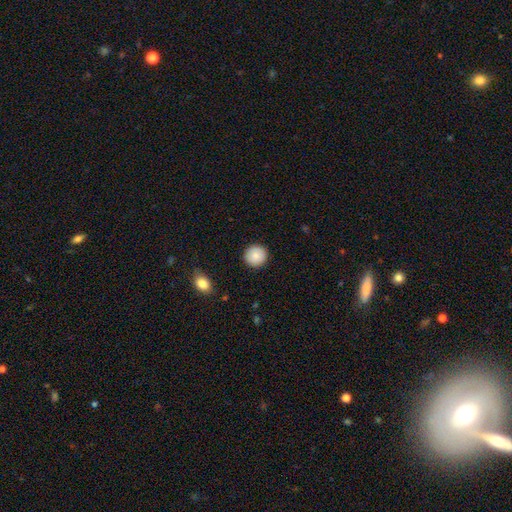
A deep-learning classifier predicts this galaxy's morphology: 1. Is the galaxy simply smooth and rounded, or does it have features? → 88% smooth, 7% star or artifact, 5% featured or disk.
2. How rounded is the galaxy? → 93% round, 6% in between, 1% cigar-shaped.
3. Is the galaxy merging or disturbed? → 91% none, 6% minor disturbance, 2% major disturbance, 1% merger.